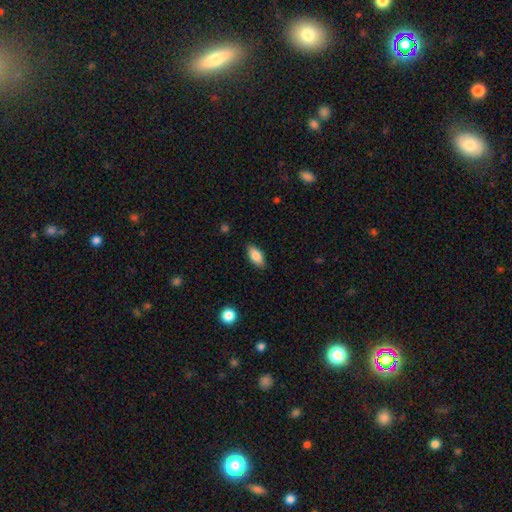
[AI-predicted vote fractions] A smooth galaxy with no disk features (85%) that is in between round and cigar-shaped (89%). Merging: none (87%).